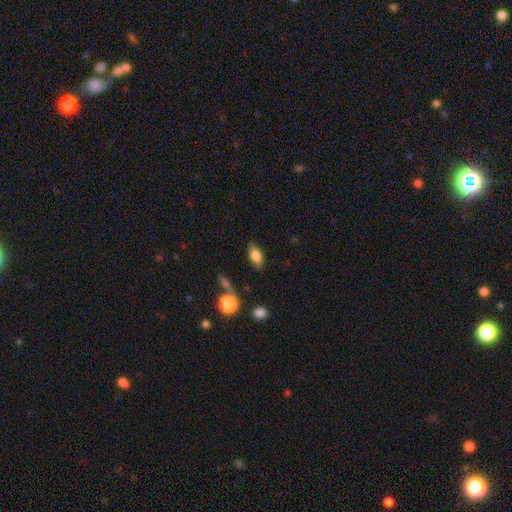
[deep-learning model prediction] smooth_or_featured: smooth (p=0.77) [alt: featured or disk p=0.14]
how_rounded: in between (p=0.85) [alt: cigar-shaped p=0.09]
merging: none (p=0.79) [alt: minor disturbance p=0.13]